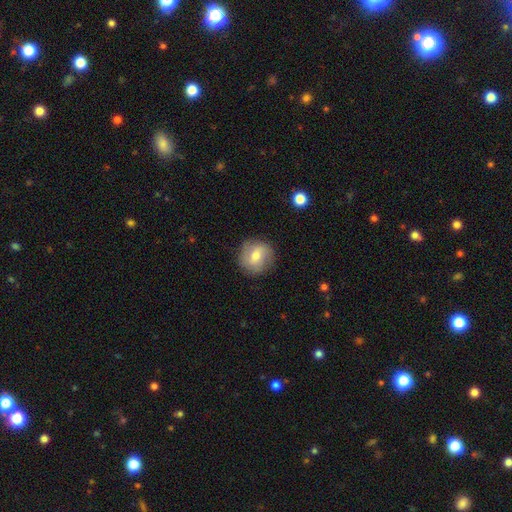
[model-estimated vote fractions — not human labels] A smooth galaxy with no disk features (60%) that is round (86%).

Vote fractions:
- Smooth or featured? smooth: 60% / featured or disk: 32% / star or artifact: 8%
- How rounded? round: 86% / in between: 13% / cigar-shaped: 1%
- Merging? none: 83% / minor disturbance: 12% / major disturbance: 4% / merger: 1%